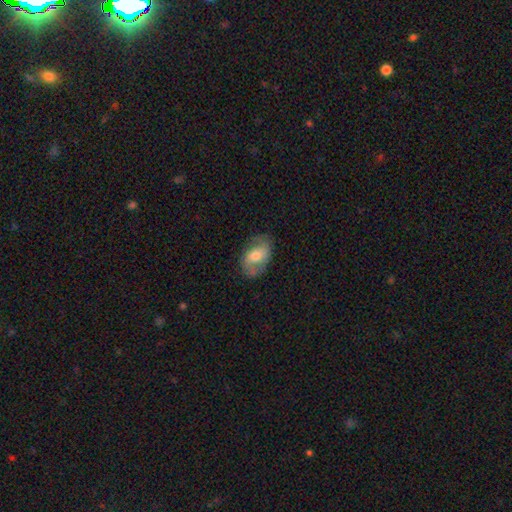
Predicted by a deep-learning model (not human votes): A featured or disk galaxy (51%). Merging: none (74%).